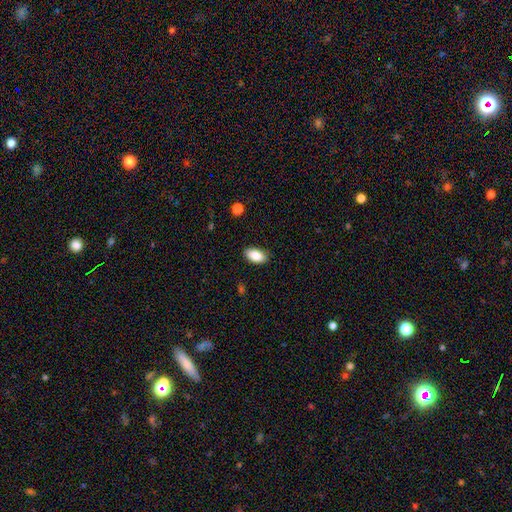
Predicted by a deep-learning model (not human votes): A smooth galaxy with no disk features (87%) that is in between round and cigar-shaped (94%). Merging: none (86%).